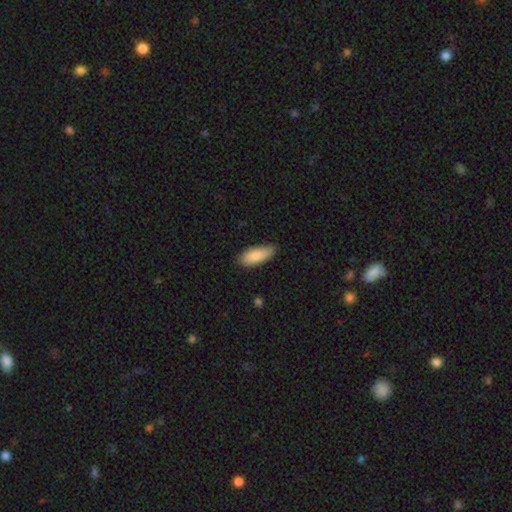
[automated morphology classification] Smooth or featured?
  - smooth: 87% *
  - featured or disk: 7%
  - star or artifact: 6%
How rounded?
  - in between: 76% *
  - cigar-shaped: 22%
  - round: 2%
Merging?
  - none: 80% *
  - minor disturbance: 17%
  - major disturbance: 2%
  - merger: 1%